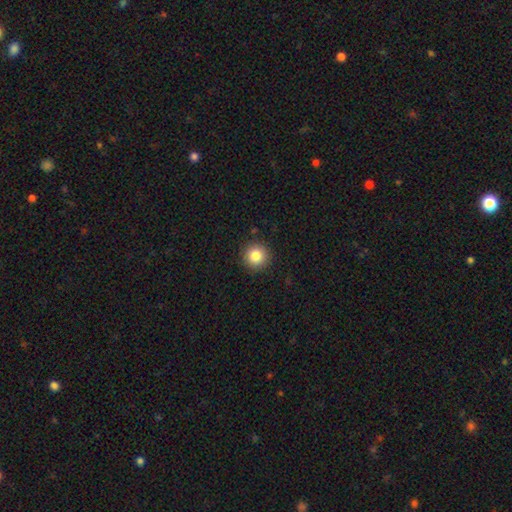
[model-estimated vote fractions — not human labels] A smooth galaxy with no disk features (83%) that is round (95%).

Vote fractions:
- Smooth or featured? smooth: 83% / star or artifact: 10% / featured or disk: 6%
- How rounded? round: 95% / in between: 4% / cigar-shaped: 1%
- Merging? none: 92% / minor disturbance: 6% / major disturbance: 2% / merger: 1%